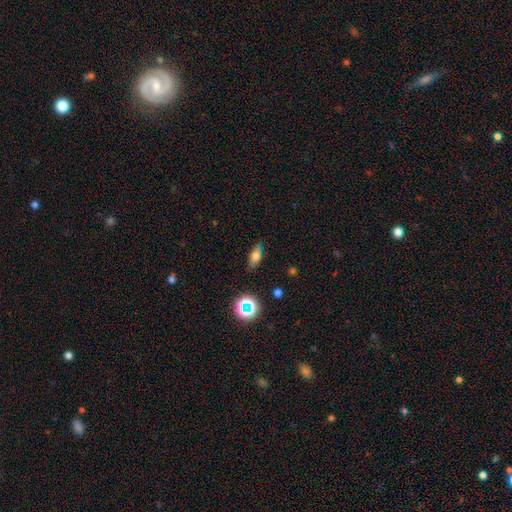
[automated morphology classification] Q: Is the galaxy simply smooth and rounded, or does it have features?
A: smooth — 66%.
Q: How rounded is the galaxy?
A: in between — 70%.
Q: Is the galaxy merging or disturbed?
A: none — 81%.